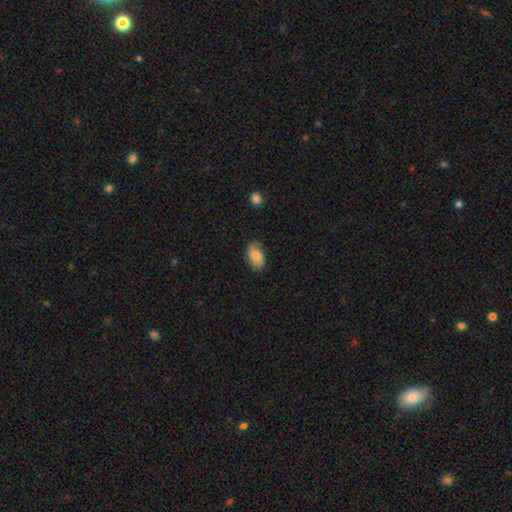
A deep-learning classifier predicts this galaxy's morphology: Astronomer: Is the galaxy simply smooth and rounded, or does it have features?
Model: smooth — 74%.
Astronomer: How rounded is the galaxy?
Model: in between — 92%.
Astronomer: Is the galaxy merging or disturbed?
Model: none — 74%.